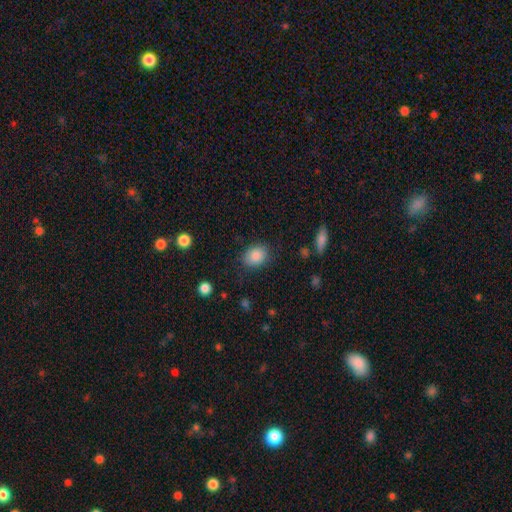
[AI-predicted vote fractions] A smooth galaxy with no disk features (86%) that is in between round and cigar-shaped (57%). Merging: none (81%).